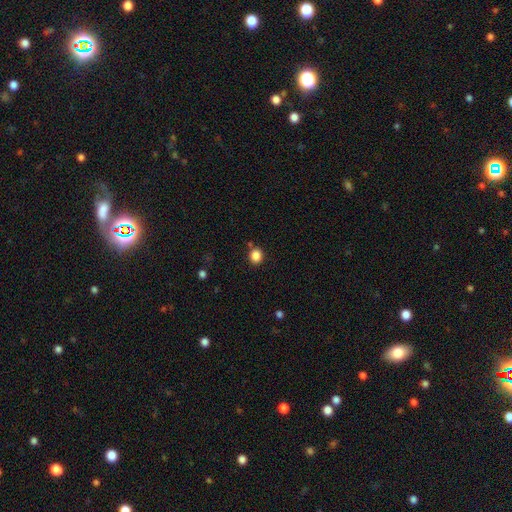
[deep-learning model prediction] Q: Smooth or featured?
A: smooth (85%); runner-up: star or artifact (11%)
Q: How rounded?
A: round (78%); runner-up: in between (21%)
Q: Merging?
A: none (82%); runner-up: minor disturbance (10%)